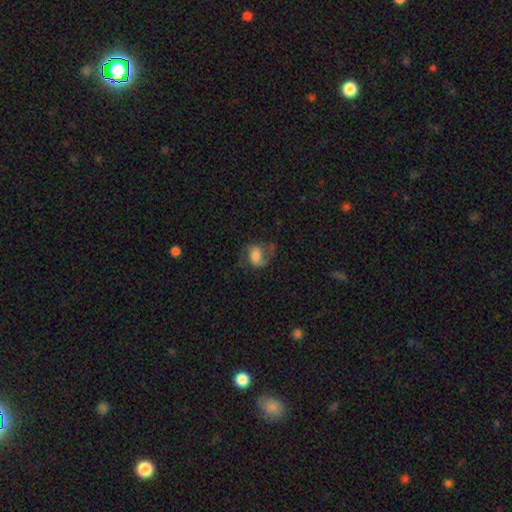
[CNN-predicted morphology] Smooth or featured? smooth (50%)
Merging? none (44%)